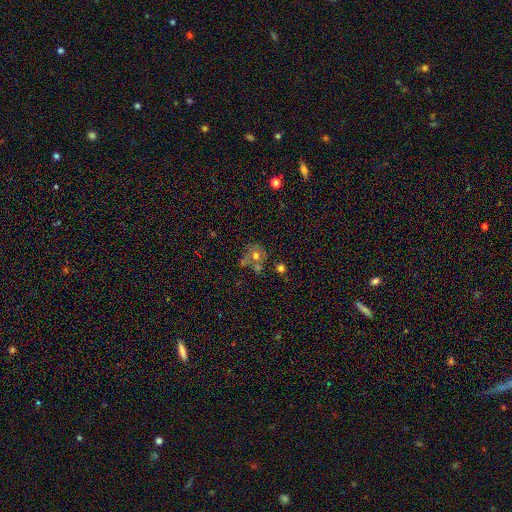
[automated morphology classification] smooth-or-featured: smooth: 56% | featured or disk: 30% | star or artifact: 13%
  how-rounded: round: 76% | in between: 23% | cigar-shaped: 1%
  merging: none: 38% | merger: 36% | minor disturbance: 15% | major disturbance: 11%